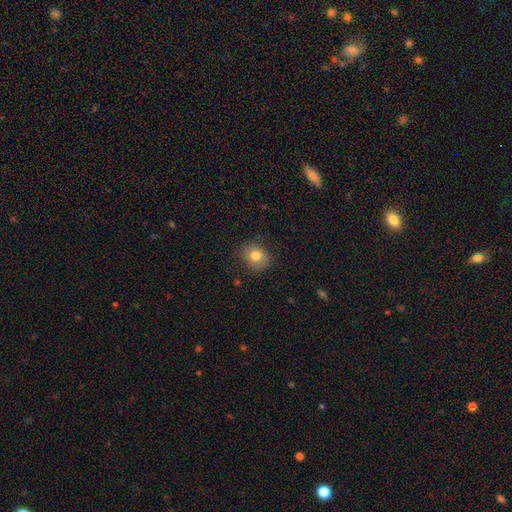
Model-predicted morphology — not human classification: Smooth or featured? smooth (79%)
How rounded? round (67%)
Merging? none (81%)